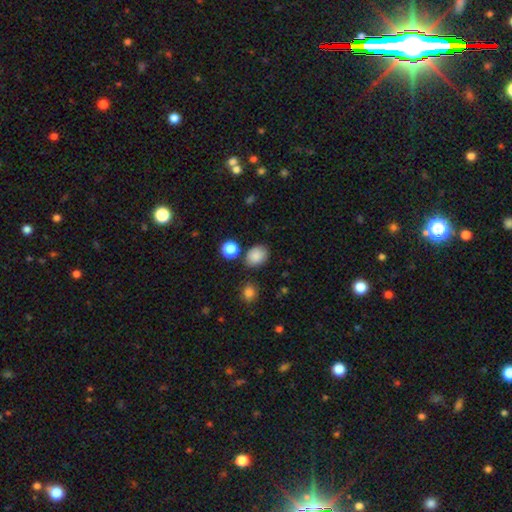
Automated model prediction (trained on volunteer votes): smooth-or-featured: smooth: 85% | star or artifact: 10% | featured or disk: 5%
  how-rounded: in between: 53% | round: 46% | cigar-shaped: 1%
  merging: none: 77% | minor disturbance: 14% | merger: 6% | major disturbance: 4%